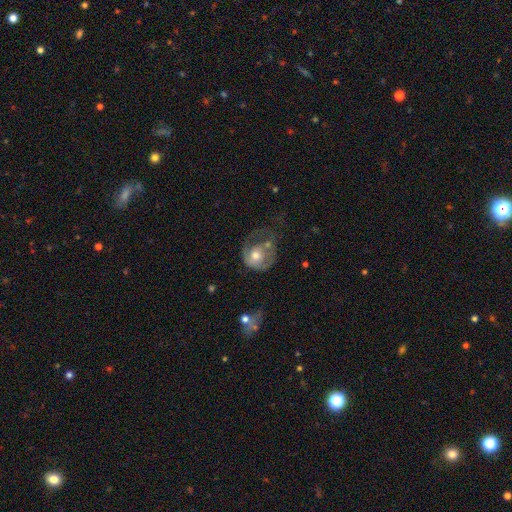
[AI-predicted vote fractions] Q: Smooth or featured?
A: featured or disk (51%); runner-up: smooth (41%)
Q: Edge-on disk?
A: no (97%); runner-up: yes (3%)
Q: Merging?
A: major disturbance (45%); runner-up: none (23%)